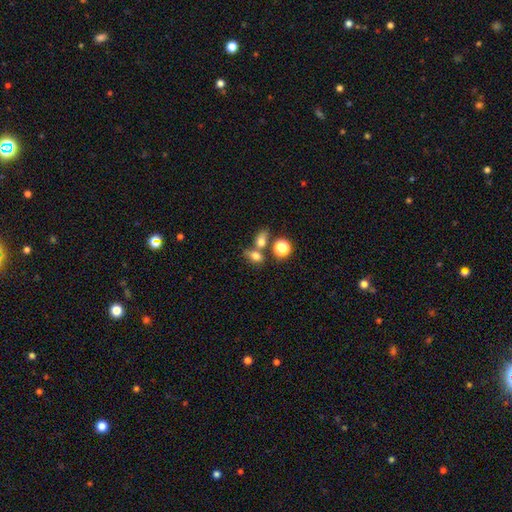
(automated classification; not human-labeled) smooth-or-featured: smooth: 74% | star or artifact: 14% | featured or disk: 13%
  how-rounded: in between: 66% | round: 30% | cigar-shaped: 4%
  merging: none: 45% | merger: 35% | minor disturbance: 13% | major disturbance: 7%